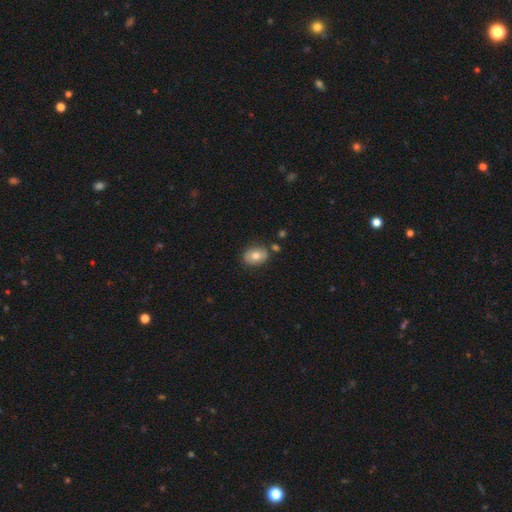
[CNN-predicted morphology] This is likely a smooth galaxy (76%). How rounded: likely in between (70%). Merging: likely none (79%).